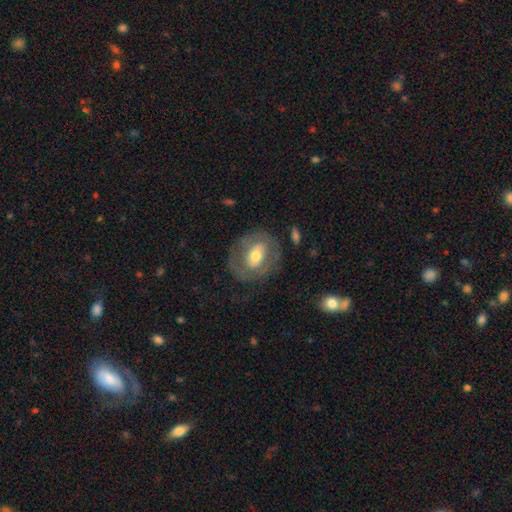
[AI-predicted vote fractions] The model was most divided on "smooth or featured": featured or disk: 56%, smooth: 38%, star or artifact: 6%. Remaining: edge-on disk — no (94%); merging — none (72%); spiral arms — no (67%); bulge size — moderate (64%); bar — no (49%).